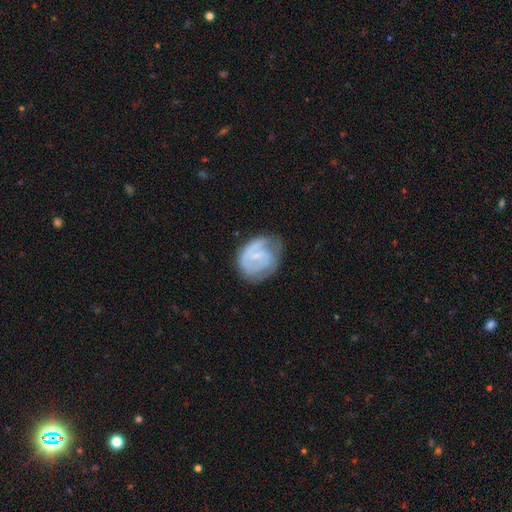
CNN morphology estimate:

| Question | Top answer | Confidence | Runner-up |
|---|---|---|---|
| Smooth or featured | featured or disk | 65% | smooth (28%) |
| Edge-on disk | no | 98% | yes (2%) |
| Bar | weak | 49% | no (36%) |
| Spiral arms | yes | 83% | no (17%) |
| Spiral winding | tight | 42% | medium (40%) |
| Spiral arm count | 2 | 45% | can't tell (25%) |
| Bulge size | small | 57% | none (26%) |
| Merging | none | 55% | minor disturbance (27%) |